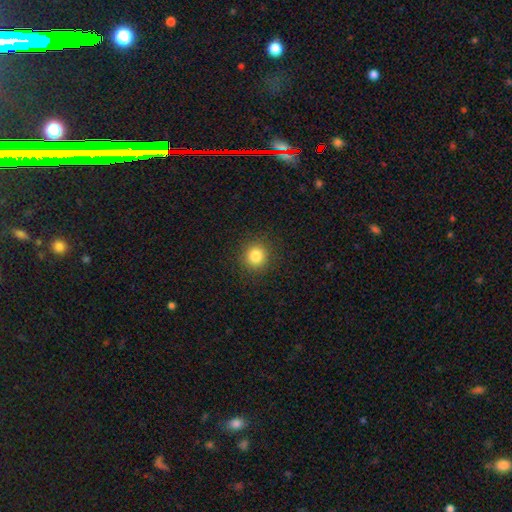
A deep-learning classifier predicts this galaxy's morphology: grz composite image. It shows a smooth galaxy with no disk features (83%) that is round (93%). Merging: none (91%).